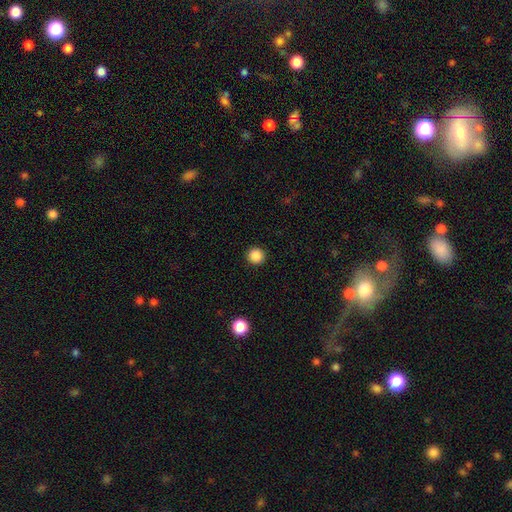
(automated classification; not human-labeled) Smooth or featured? Predicted: smooth (p=0.87). How rounded? Predicted: round (p=0.95). Merging? Predicted: none (p=0.93).